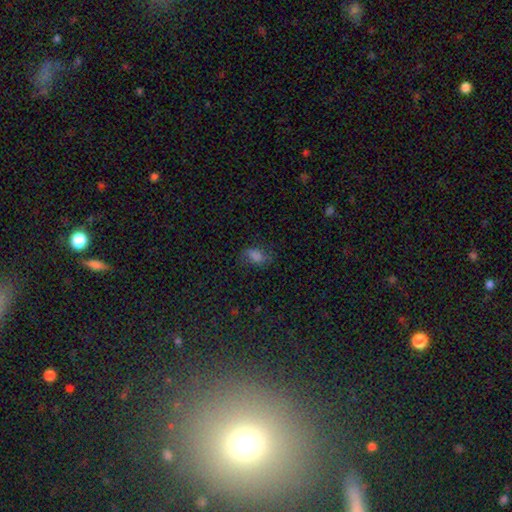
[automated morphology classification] Smooth or featured?
  - smooth: 65% *
  - star or artifact: 22%
  - featured or disk: 13%
How rounded?
  - in between: 85% *
  - round: 12%
  - cigar-shaped: 4%
Merging?
  - none: 63% *
  - minor disturbance: 24%
  - major disturbance: 11%
  - merger: 2%